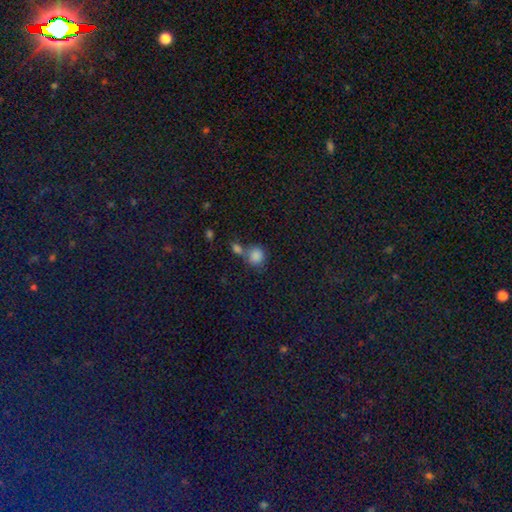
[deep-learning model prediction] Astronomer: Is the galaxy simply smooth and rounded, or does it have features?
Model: smooth — 83%.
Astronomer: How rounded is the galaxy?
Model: round — 76%.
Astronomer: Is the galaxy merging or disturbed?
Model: merger — 42% (runner-up: none, 41%).